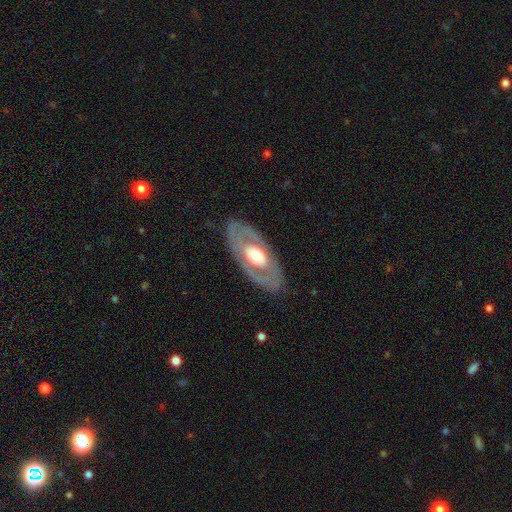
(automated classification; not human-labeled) Smooth or featured? Predicted: featured or disk (p=0.65). Edge-on disk? Predicted: no (p=0.87). Bar? Predicted: no (p=0.80). Spiral arms? Predicted: no (p=0.76). Bulge size? Predicted: moderate (p=0.58). Merging? Predicted: none (p=0.82).